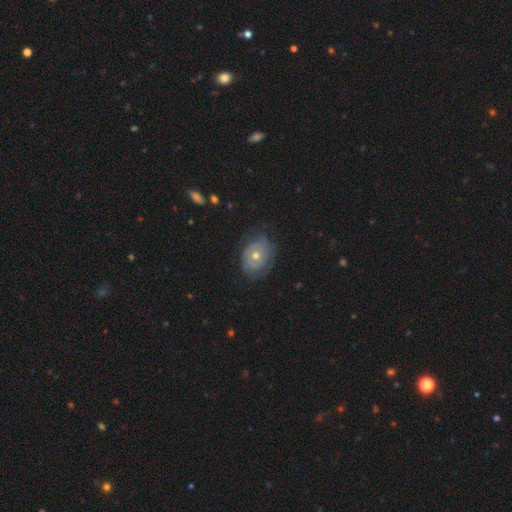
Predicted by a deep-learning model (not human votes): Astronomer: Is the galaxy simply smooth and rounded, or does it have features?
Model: featured or disk — 60%.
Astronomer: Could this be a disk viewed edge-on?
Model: no — 95%.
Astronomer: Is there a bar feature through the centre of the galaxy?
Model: no — 87%.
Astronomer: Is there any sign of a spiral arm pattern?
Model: yes — 65%.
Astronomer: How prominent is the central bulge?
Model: moderate — 53% (runner-up: small, 44%).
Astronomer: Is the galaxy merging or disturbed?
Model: none — 69%.